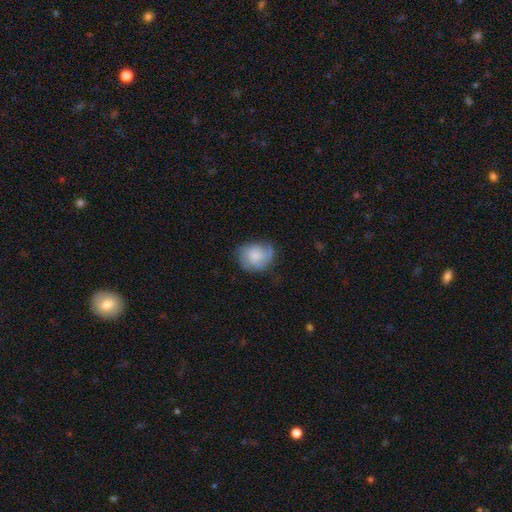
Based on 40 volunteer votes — Q: Smooth or featured?
A: smooth (52%); runner-up: featured or disk (45%)
Q: How rounded?
A: in between (62%); runner-up: round (38%)
Q: Merging?
A: none (51%); runner-up: minor disturbance (41%)